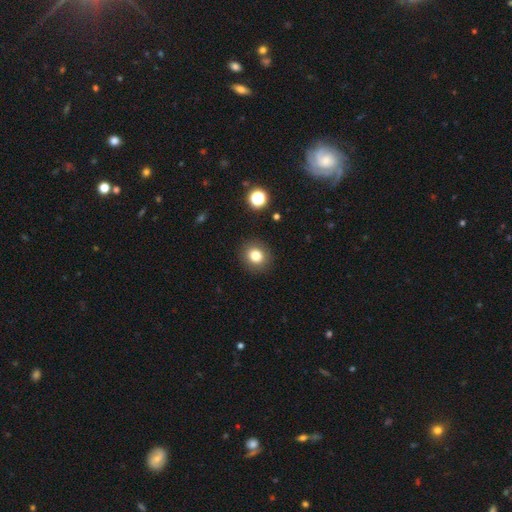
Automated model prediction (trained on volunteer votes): The model was most divided on "how rounded": round: 83%, in between: 16%, cigar-shaped: 1%. More confident: merging — none (90%); smooth or featured — smooth (81%).